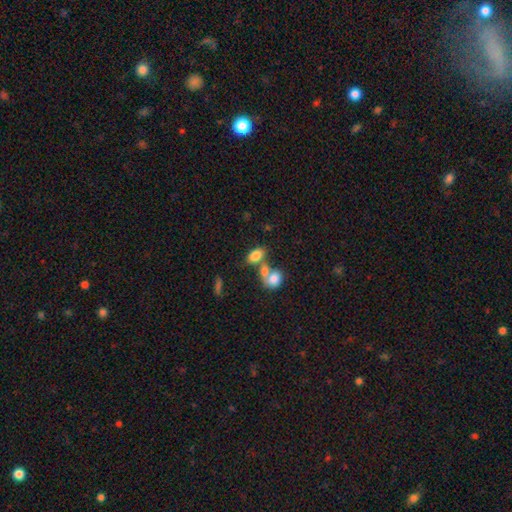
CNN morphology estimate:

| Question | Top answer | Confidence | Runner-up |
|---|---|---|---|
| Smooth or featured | smooth | 79% | featured or disk (11%) |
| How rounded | in between | 87% | round (11%) |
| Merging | merger | 43% | none (41%) |